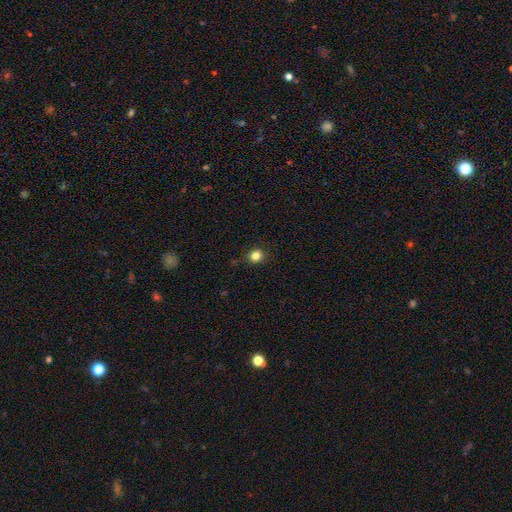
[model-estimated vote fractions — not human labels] Smooth or featured? Predicted: smooth (p=0.83). How rounded? Predicted: round (p=0.79). Merging? Predicted: none (p=0.87).